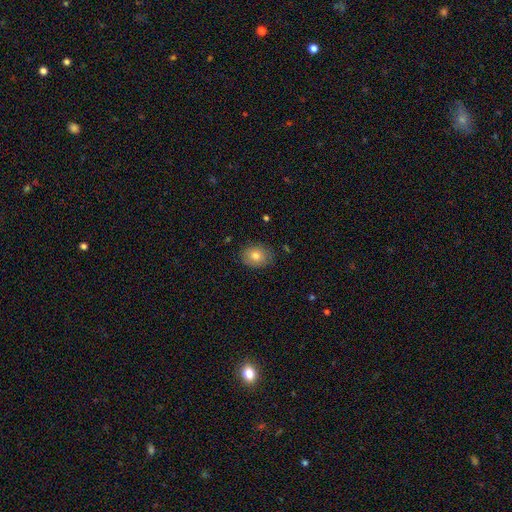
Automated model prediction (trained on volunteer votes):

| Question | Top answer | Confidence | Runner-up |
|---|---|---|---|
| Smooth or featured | smooth | 77% | featured or disk (14%) |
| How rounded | in between | 54% | round (45%) |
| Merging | none | 83% | minor disturbance (13%) |